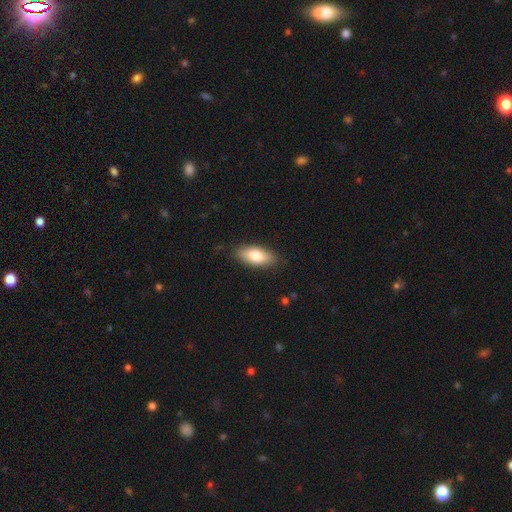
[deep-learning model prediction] The model was most divided on "smooth or featured": smooth: 79%, featured or disk: 15%, star or artifact: 6%. More confident: merging — none (85%); how rounded — in between (85%).